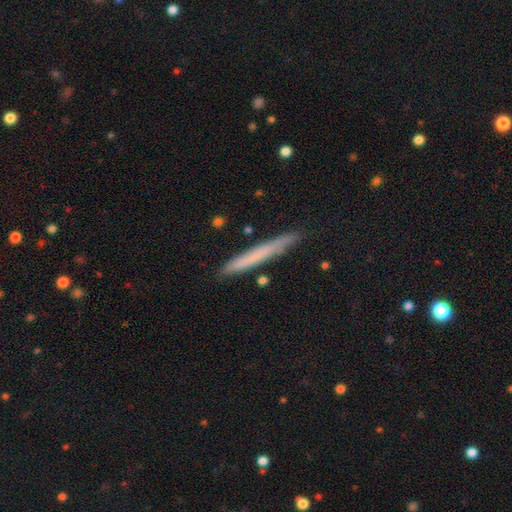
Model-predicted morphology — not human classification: Smooth or featured? Predicted: smooth (p=0.63). How rounded? Predicted: cigar-shaped (p=0.97). Merging? Predicted: none (p=0.85).